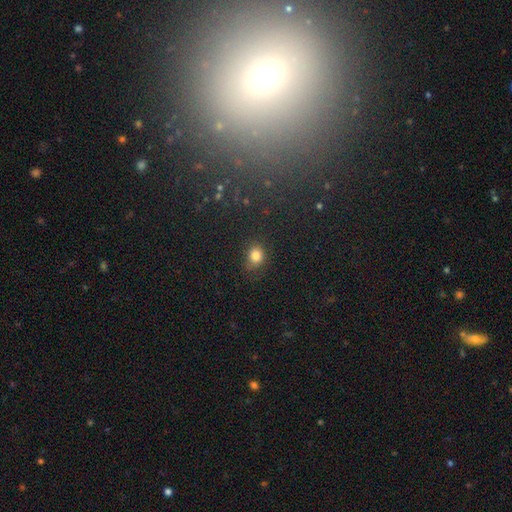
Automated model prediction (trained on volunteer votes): Q: Smooth or featured?
A: smooth (82%); runner-up: star or artifact (12%)
Q: How rounded?
A: round (64%); runner-up: in between (35%)
Q: Merging?
A: none (74%); runner-up: minor disturbance (18%)